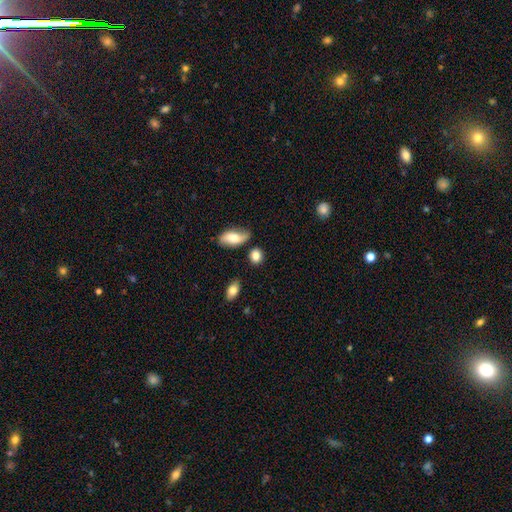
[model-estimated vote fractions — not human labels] Q: Smooth or featured?
A: smooth (82%); runner-up: featured or disk (10%)
Q: How rounded?
A: in between (52%); runner-up: round (45%)
Q: Merging?
A: none (71%); runner-up: minor disturbance (16%)